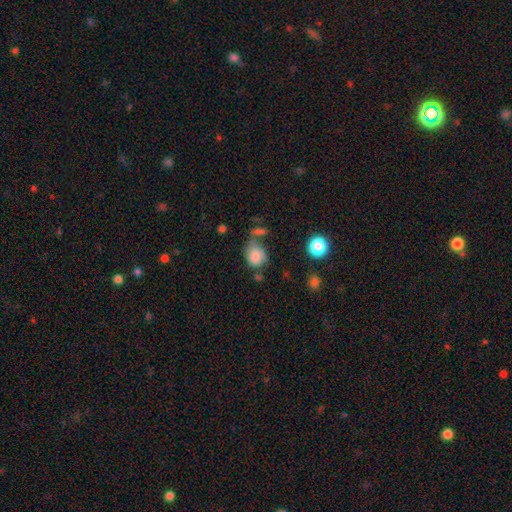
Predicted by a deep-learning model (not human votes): This is clearly a smooth galaxy (82%). How rounded: possibly round (59%). Merging: possibly none (45%).